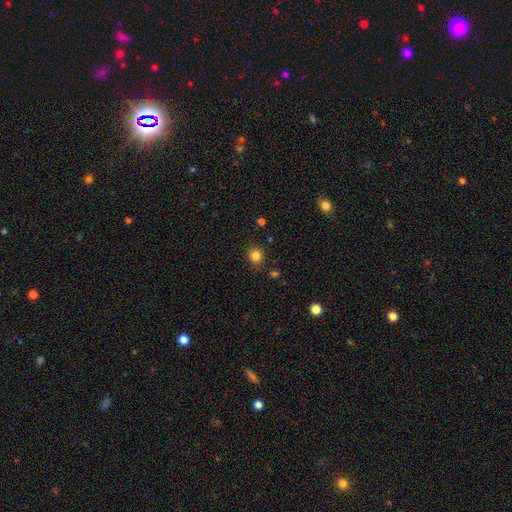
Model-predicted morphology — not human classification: type=smooth (83%); roundness=round (88%); merging=none (88%).